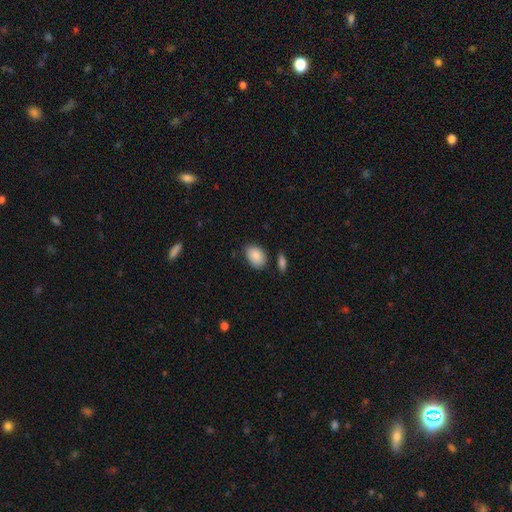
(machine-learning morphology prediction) smooth_or_featured: smooth (p=0.88) [alt: star or artifact p=0.06]
how_rounded: in between (p=0.86) [alt: round p=0.13]
merging: none (p=0.80) [alt: minor disturbance p=0.13]